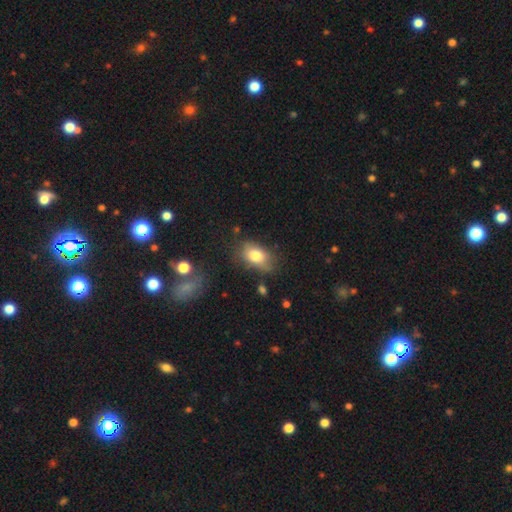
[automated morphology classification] smooth-or-featured: smooth: 79% | featured or disk: 13% | star or artifact: 8%
  how-rounded: in between: 87% | round: 11% | cigar-shaped: 2%
  merging: none: 69% | minor disturbance: 22% | major disturbance: 7% | merger: 3%